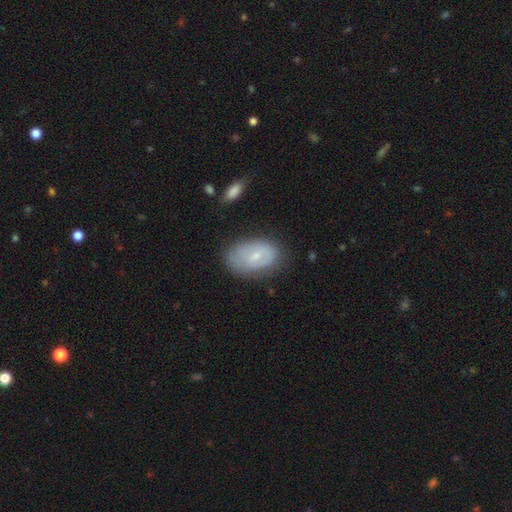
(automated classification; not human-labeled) Smooth or featured: smooth — 49% (featured or disk — 44%)
Merging: none — 70% (minor disturbance — 22%)